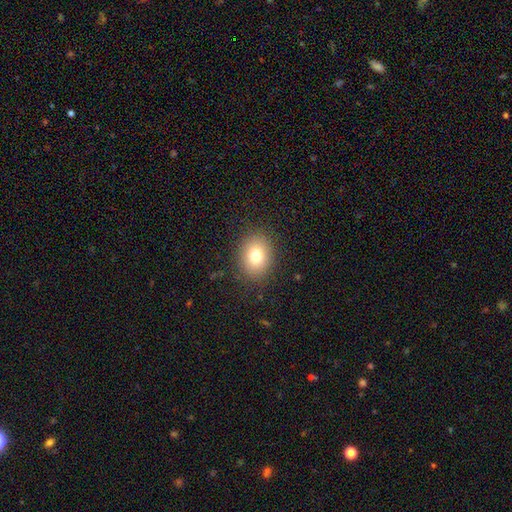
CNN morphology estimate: type=smooth (77%); roundness=round (50%); merging=none (87%).